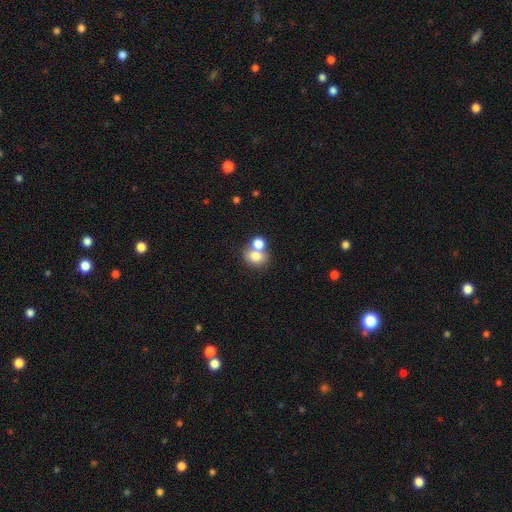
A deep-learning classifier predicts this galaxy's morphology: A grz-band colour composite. It shows a smooth galaxy with no disk features (77%) that is round (54%). Merging: merger (46%).